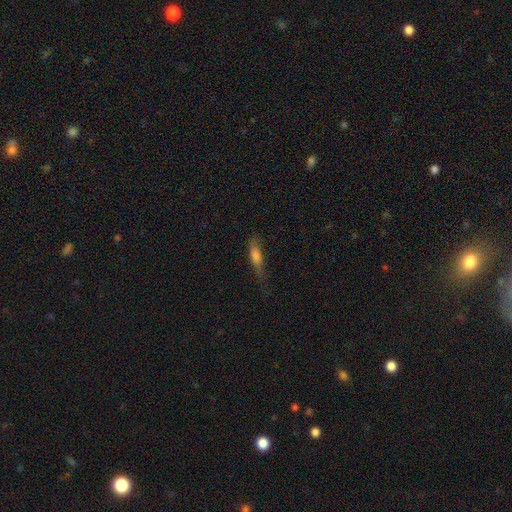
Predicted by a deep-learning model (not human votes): Overall: smooth (65%; featured or disk 26%). How rounded: cigar-shaped (67%; in between 30%). Merging: none (49%; minor disturbance 31%).